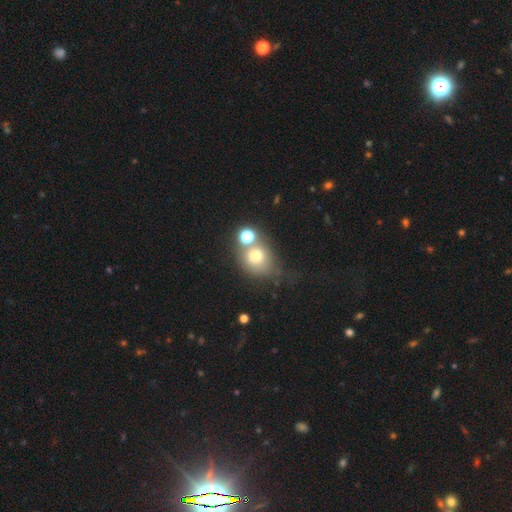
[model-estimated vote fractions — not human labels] This is likely a smooth galaxy (69%). How rounded: likely round (69%). Merging: marginally none (41%).